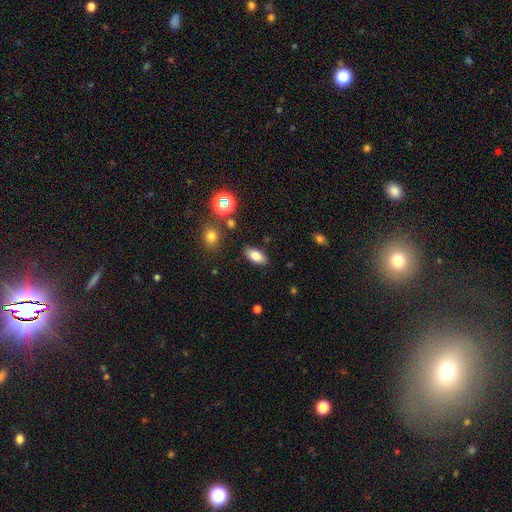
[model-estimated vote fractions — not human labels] smooth-or-featured: smooth: 78% | featured or disk: 12% | star or artifact: 10%
  how-rounded: in between: 88% | cigar-shaped: 8% | round: 4%
  merging: none: 85% | minor disturbance: 10% | major disturbance: 3% | merger: 2%